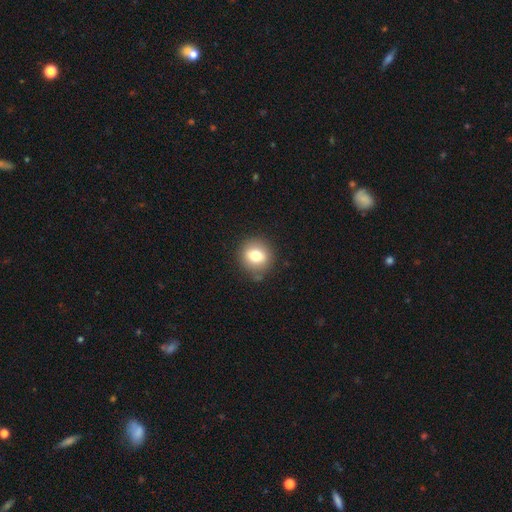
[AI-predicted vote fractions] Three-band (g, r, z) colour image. It shows a smooth galaxy with no disk features (76%) that is round (79%). Merging: none (85%).